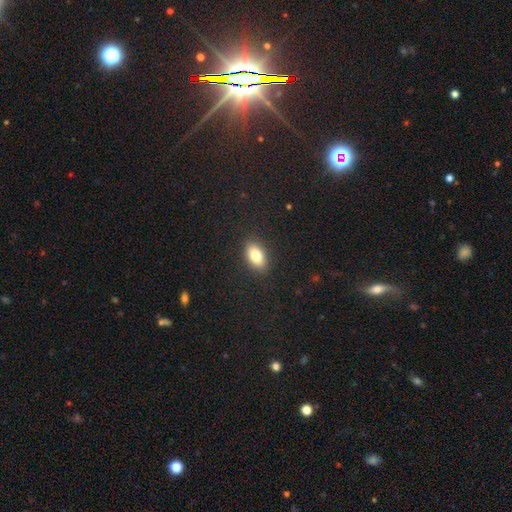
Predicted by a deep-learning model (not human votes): A smooth galaxy with no disk features (81%) that is in between round and cigar-shaped (90%). Merging: none (88%).